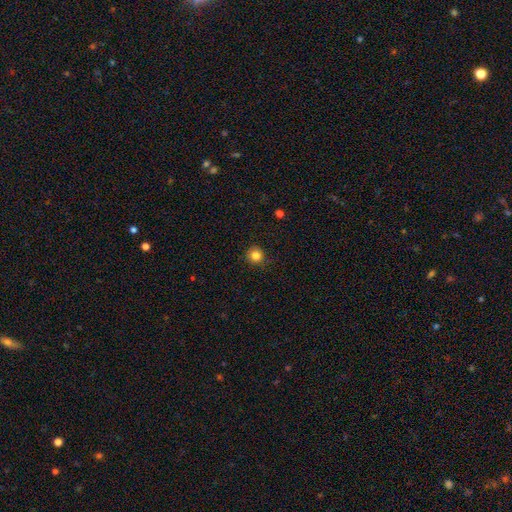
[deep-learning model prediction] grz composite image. It shows a smooth galaxy with no disk features (83%) that is round (93%). Merging: none (89%).